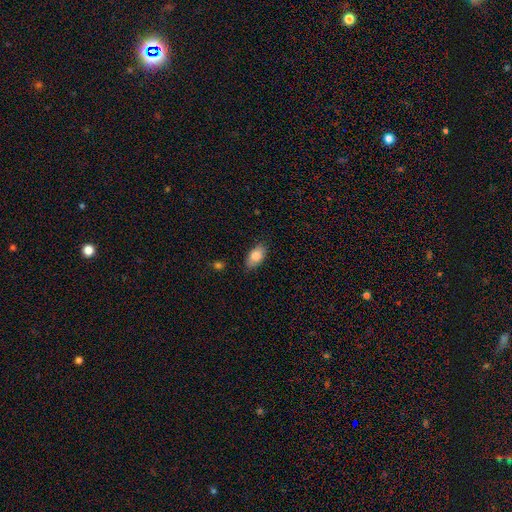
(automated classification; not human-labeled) smooth 82%, featured or disk 11%, star or artifact 7%. Down the decision tree: how rounded — in between (91%); merging — none (83%).